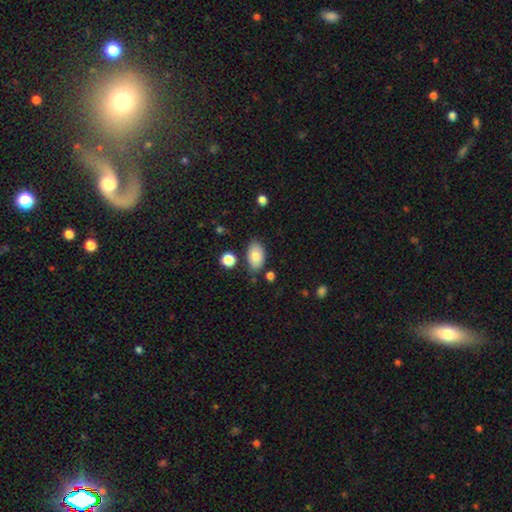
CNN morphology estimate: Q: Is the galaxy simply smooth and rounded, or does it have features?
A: smooth — 81%.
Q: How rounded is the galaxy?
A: in between — 92%.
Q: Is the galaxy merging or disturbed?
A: none — 78%.